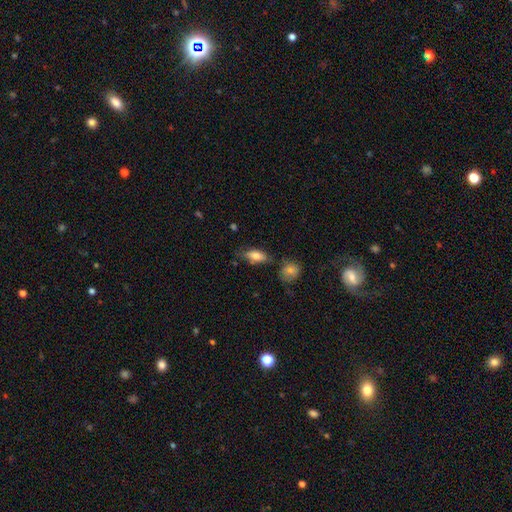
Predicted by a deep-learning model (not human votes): smooth 80%, featured or disk 13%, star or artifact 7%. Down the decision tree: how rounded — in between (83%); merging — none (67%).